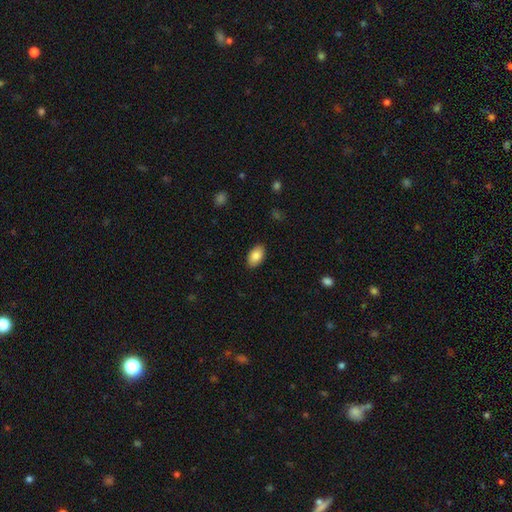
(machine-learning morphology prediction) Smooth or featured?
  - smooth: 86% *
  - star or artifact: 7%
  - featured or disk: 7%
How rounded?
  - in between: 94% *
  - round: 5%
  - cigar-shaped: 2%
Merging?
  - none: 88% *
  - minor disturbance: 9%
  - major disturbance: 2%
  - merger: 1%